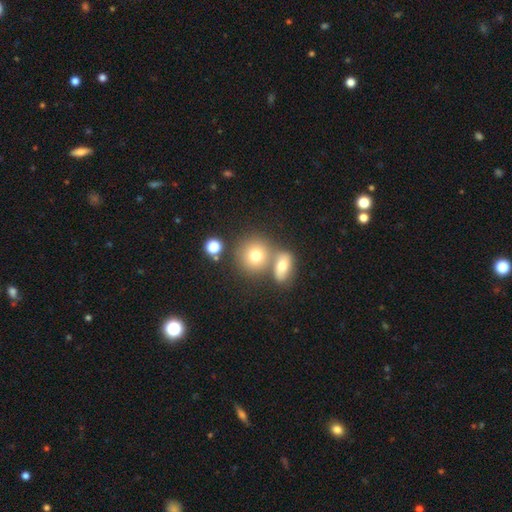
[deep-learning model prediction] Smooth or featured: smooth — 74% (featured or disk — 15%)
How rounded: round — 83% (in between — 16%)
Merging: none — 52% (merger — 35%)